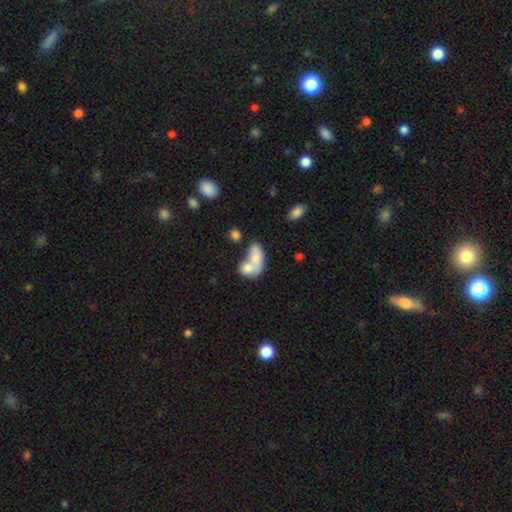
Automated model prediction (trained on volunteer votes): This is likely a smooth galaxy (75%). How rounded: clearly in between (86%). Merging: likely merger (69%).